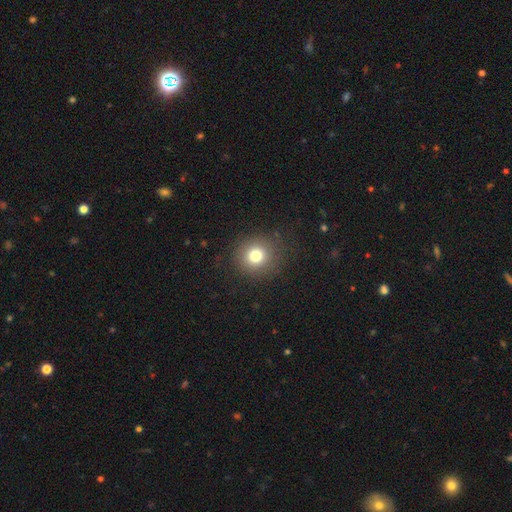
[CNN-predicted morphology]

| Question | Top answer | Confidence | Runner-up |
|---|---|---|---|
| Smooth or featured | smooth | 78% | star or artifact (13%) |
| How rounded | round | 90% | in between (9%) |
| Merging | none | 87% | minor disturbance (8%) |